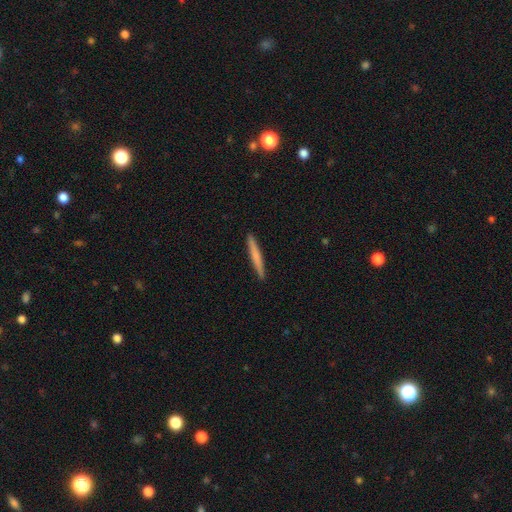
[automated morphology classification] Overall: smooth (63%; featured or disk 32%). How rounded: cigar-shaped (96%). Merging: none (93%).